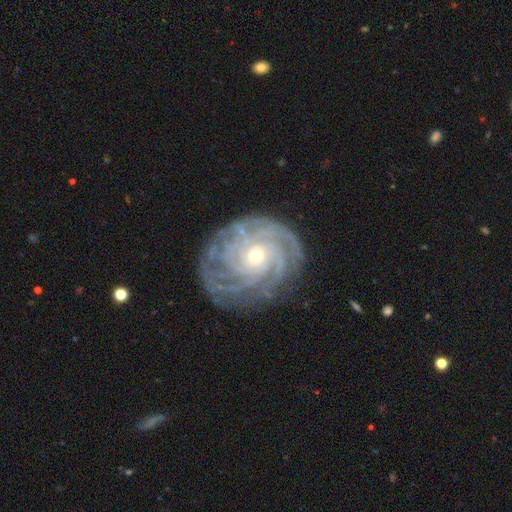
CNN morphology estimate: featured or disk 89%, star or artifact 6%, smooth 5%. Down the decision tree: edge-on disk — no (97%); bar — no (77%); spiral arms — yes (98%); spiral arm count — can't tell (26%); spiral winding — tight (81%); bulge size — small (63%); merging — none (79%).